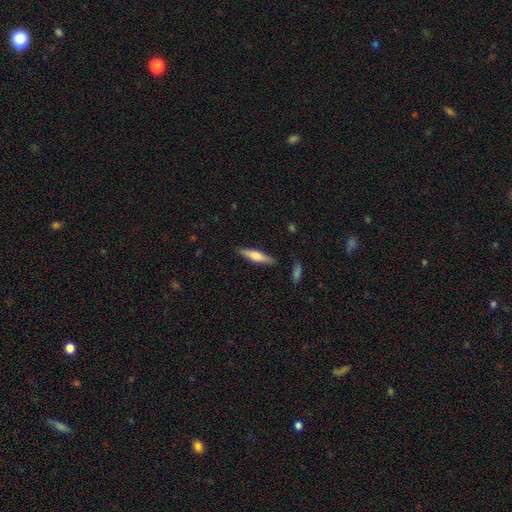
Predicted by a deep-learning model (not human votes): smooth 58%, featured or disk 36%, star or artifact 6%. Down the decision tree: how rounded — cigar-shaped (77%); merging — none (86%).